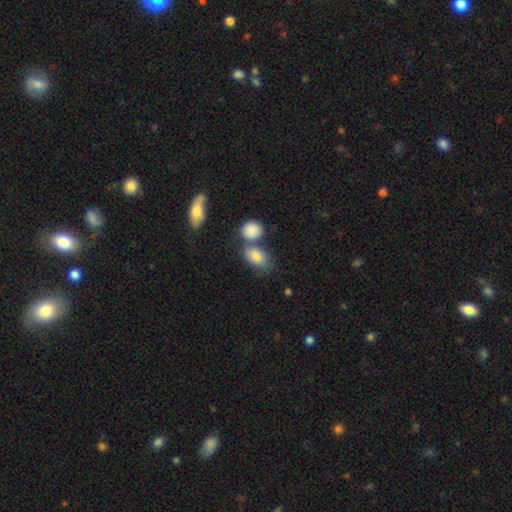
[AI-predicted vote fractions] Morphology: type=smooth (84%); roundness=in between (85%); merging=none (43%).